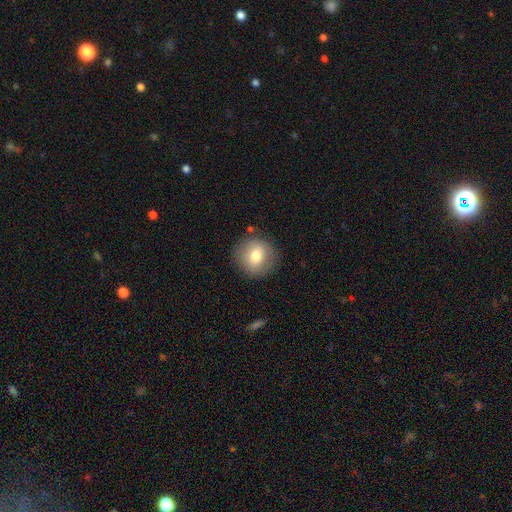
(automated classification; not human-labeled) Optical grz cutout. It shows a smooth galaxy with no disk features (72%) that is round (91%). Merging: none (84%).